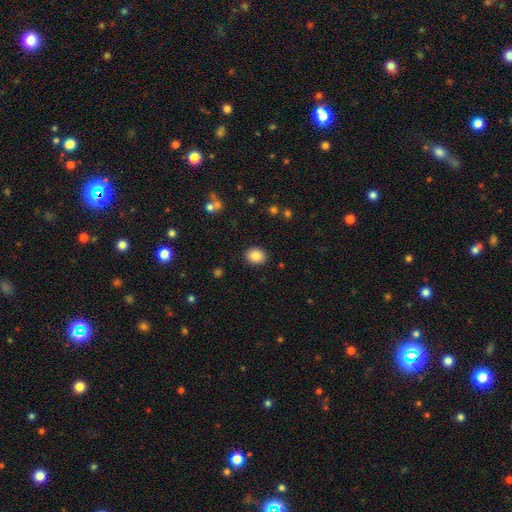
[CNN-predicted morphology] Smooth or featured?
  - smooth: 85% *
  - star or artifact: 9%
  - featured or disk: 6%
How rounded?
  - in between: 53% *
  - round: 46%
  - cigar-shaped: 1%
Merging?
  - none: 89% *
  - minor disturbance: 7%
  - major disturbance: 2%
  - merger: 1%